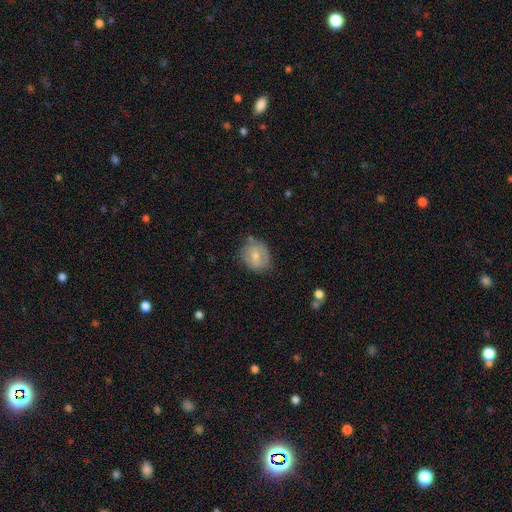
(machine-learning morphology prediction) The model was most divided on "how rounded": round: 61%, in between: 38%, cigar-shaped: 1%. More confident: smooth or featured — smooth (68%); merging — none (65%).